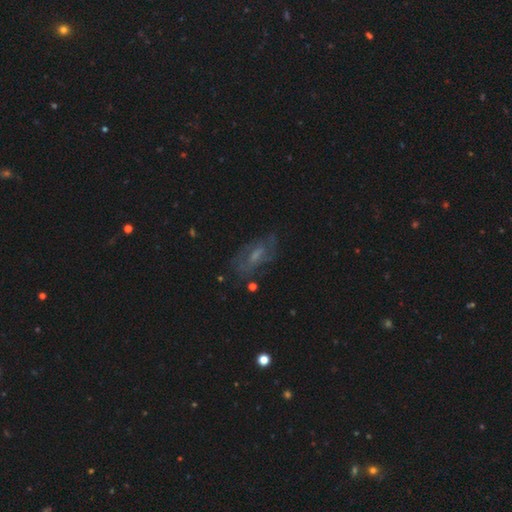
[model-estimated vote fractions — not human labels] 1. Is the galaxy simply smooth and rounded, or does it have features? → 55% featured or disk, 29% smooth, 16% star or artifact.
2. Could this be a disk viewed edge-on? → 88% no, 12% yes.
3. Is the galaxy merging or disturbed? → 64% none, 20% minor disturbance, 13% major disturbance, 3% merger.